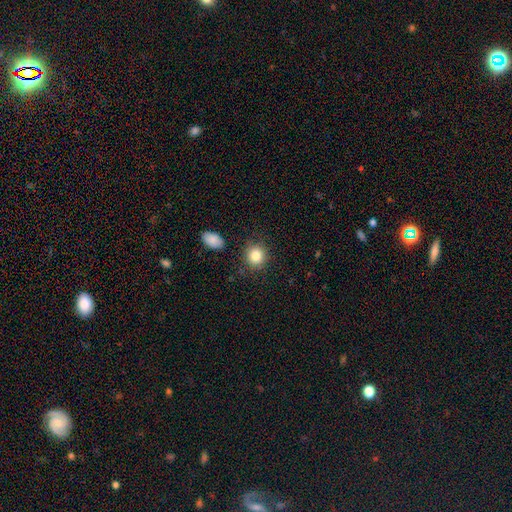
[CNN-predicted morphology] Smooth or featured? smooth (84%)
How rounded? round (85%)
Merging? none (85%)